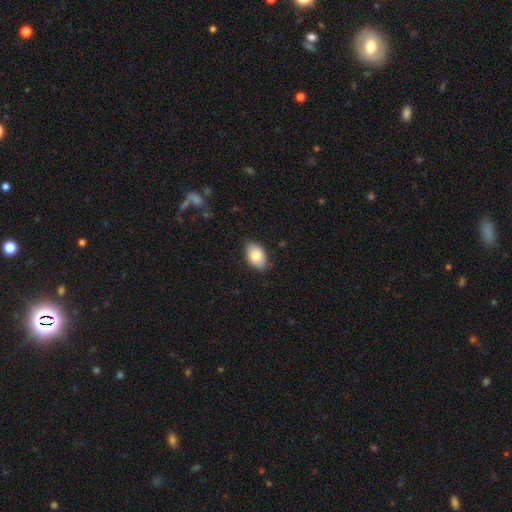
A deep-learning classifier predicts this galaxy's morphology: Smooth or featured: smooth — 79% (featured or disk — 14%)
How rounded: in between — 90% (round — 9%)
Merging: none — 84% (minor disturbance — 13%)